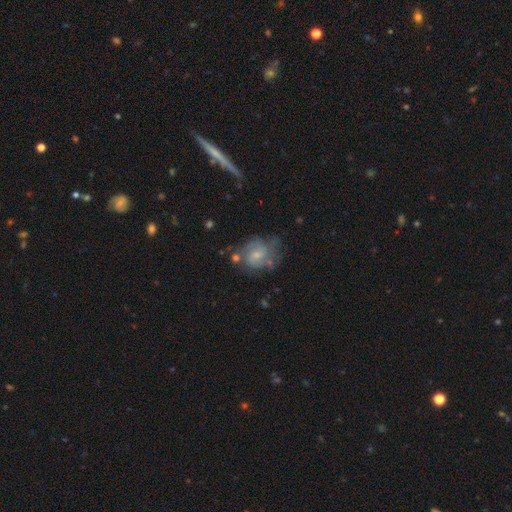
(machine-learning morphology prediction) Smooth or featured?
  - featured or disk: 54% *
  - smooth: 37%
  - star or artifact: 9%
Edge-on disk?
  - no: 97% *
  - yes: 3%
Bar?
  - no: 56% *
  - weak: 37%
  - strong: 6%
Spiral arms?
  - yes: 73% *
  - no: 27%
Bulge size?
  - small: 57% *
  - moderate: 32%
  - none: 7%
  - large: 2%
  - dominant: 1%
Merging?
  - none: 47% *
  - minor disturbance: 26%
  - major disturbance: 17%
  - merger: 11%